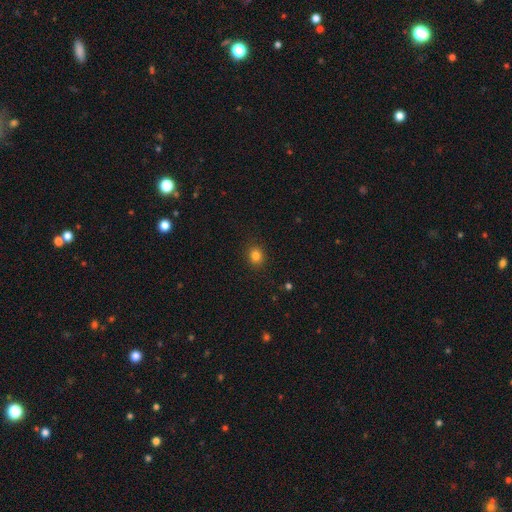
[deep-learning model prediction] smooth-or-featured: smooth: 83% | star or artifact: 13% | featured or disk: 4%
  how-rounded: round: 78% | in between: 21% | cigar-shaped: 1%
  merging: none: 90% | minor disturbance: 7% | major disturbance: 2% | merger: 1%